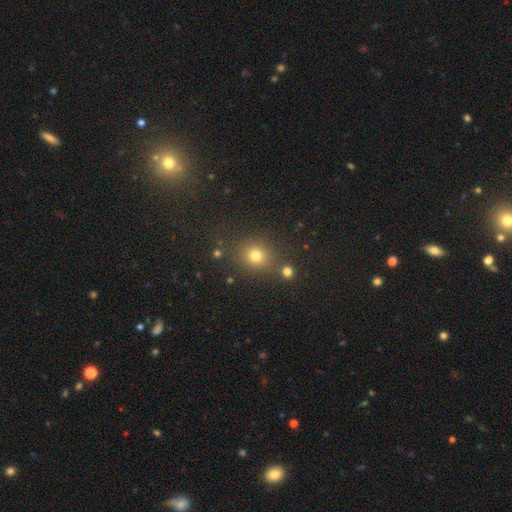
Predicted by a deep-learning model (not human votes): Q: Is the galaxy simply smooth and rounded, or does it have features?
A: smooth — 73%.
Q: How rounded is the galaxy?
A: round — 77%.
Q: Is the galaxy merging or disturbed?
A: none — 78%.